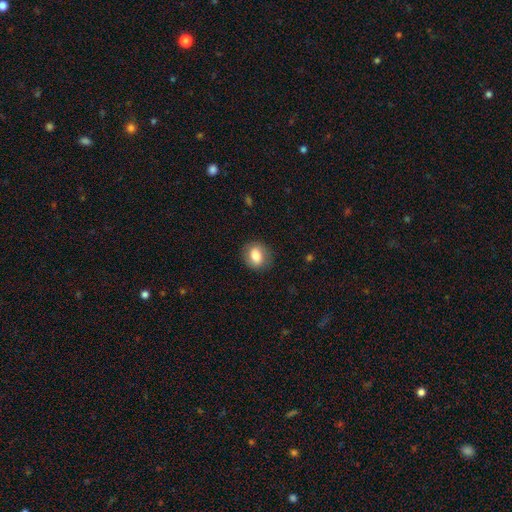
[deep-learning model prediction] The model was most divided on "how rounded": round: 54%, in between: 45%, cigar-shaped: 1%. More confident: merging — none (84%); smooth or featured — smooth (78%).